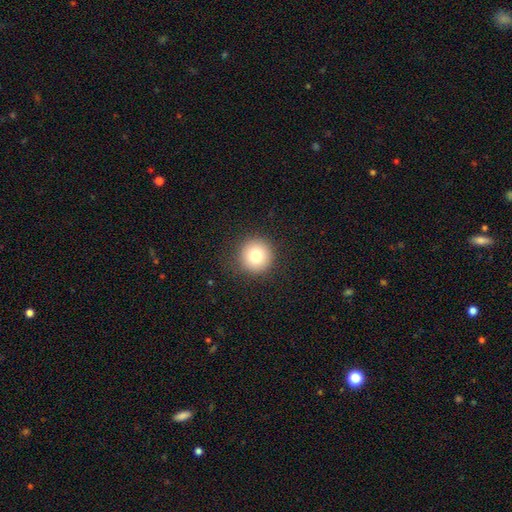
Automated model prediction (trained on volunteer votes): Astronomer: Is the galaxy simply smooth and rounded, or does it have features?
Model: smooth — 80%.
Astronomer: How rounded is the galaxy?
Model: round — 95%.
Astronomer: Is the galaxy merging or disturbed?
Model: none — 90%.